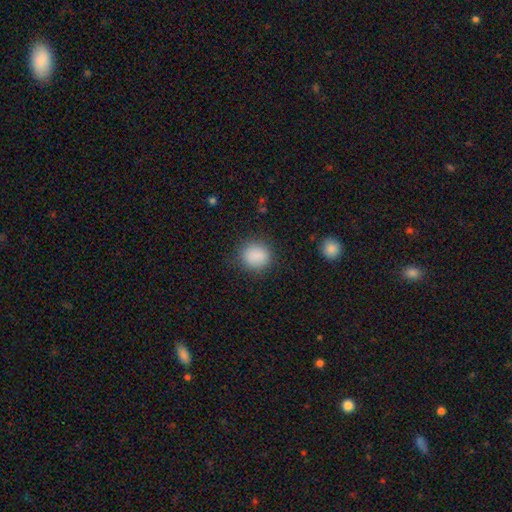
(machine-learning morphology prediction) A smooth galaxy with no disk features (87%) that is round (82%).

Vote fractions:
- Smooth or featured? smooth: 87% / star or artifact: 9% / featured or disk: 4%
- How rounded? round: 82% / in between: 17% / cigar-shaped: 1%
- Merging? none: 85% / minor disturbance: 10% / major disturbance: 4% / merger: 1%